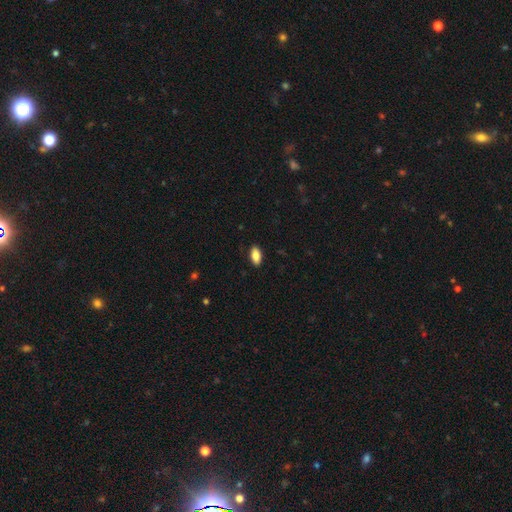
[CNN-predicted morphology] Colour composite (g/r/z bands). It shows a smooth galaxy with no disk features (87%) that is in between round and cigar-shaped (91%). Merging: none (88%).